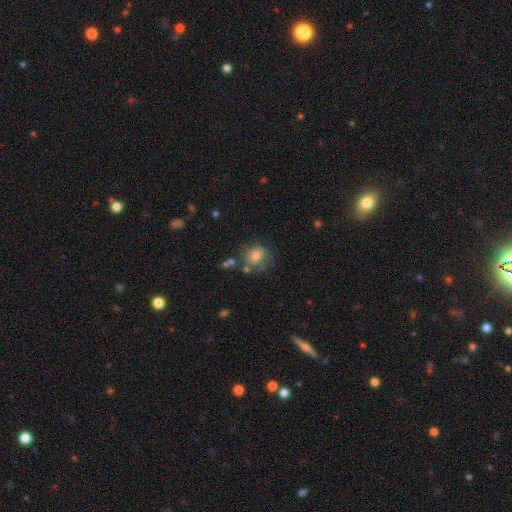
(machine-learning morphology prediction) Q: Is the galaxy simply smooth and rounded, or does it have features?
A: smooth — 67%.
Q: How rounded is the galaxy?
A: round — 73%.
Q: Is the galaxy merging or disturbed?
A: none — 57%.